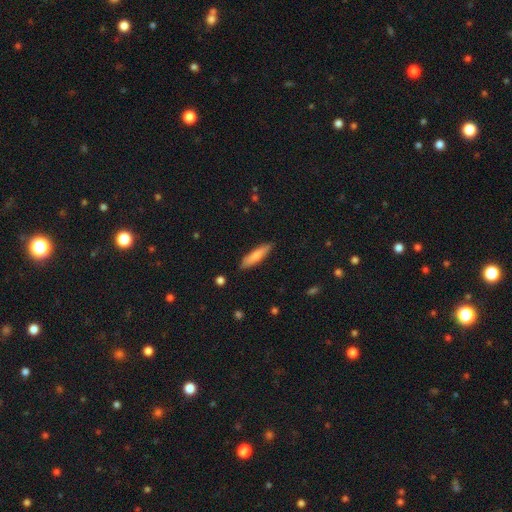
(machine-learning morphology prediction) A smooth galaxy with no disk features (75%) that is cigar-shaped (78%). Merging: none (88%).